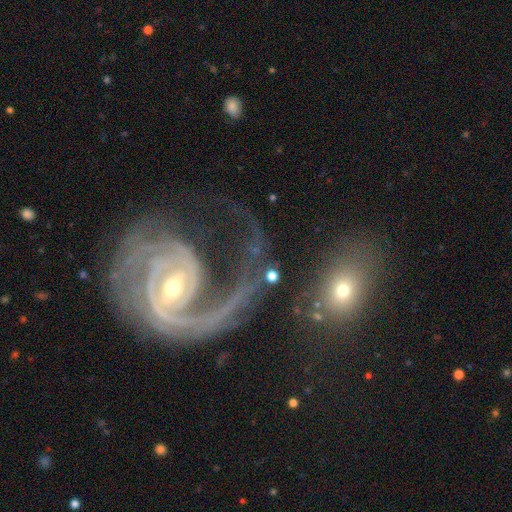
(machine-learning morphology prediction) The model was most divided on "bulge size": small: 49%, moderate: 44%, large: 4%, none: 2%, dominant: 1%. Remaining: edge-on disk — no (97%); spiral arms — yes (95%); smooth or featured — featured or disk (84%); spiral arm count — 2 (60%); spiral winding — medium (45%); bar — weak (42%); merging — none (41%).